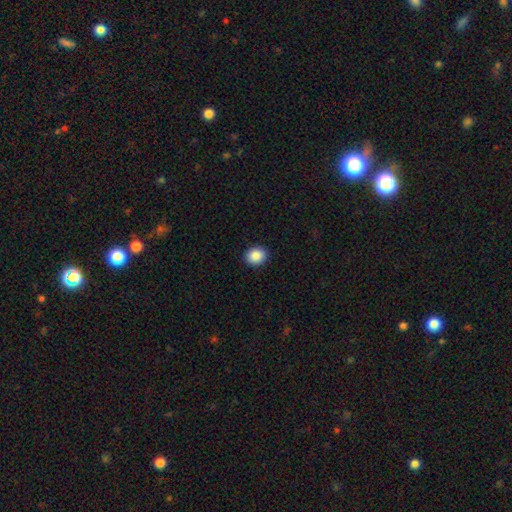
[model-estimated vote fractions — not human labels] A smooth galaxy with no disk features (88%) that is round (64%). Merging: none (91%).